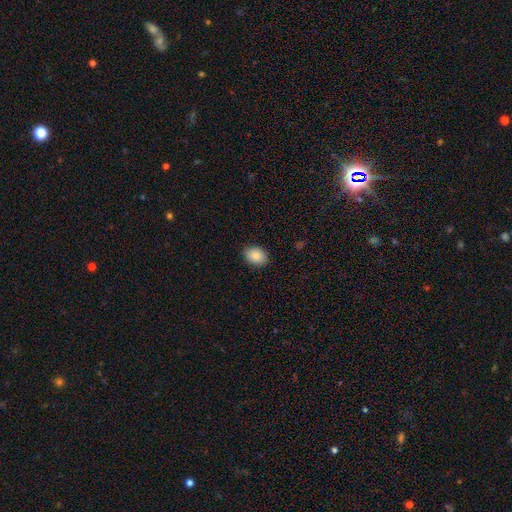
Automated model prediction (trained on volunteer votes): This is clearly a smooth galaxy (86%). How rounded: likely in between (67%). Merging: clearly none (88%).